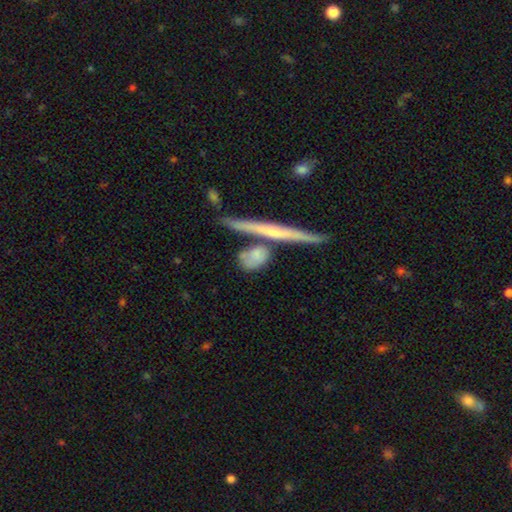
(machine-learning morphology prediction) This appears to be a smooth galaxy with no disk features (65%) that is in between round and cigar-shaped (35%). Merging: none (55%).